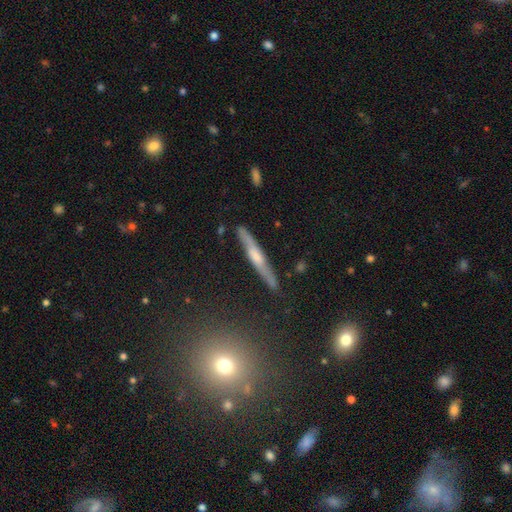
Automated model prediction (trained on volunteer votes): Smooth or featured?
  - featured or disk: 69% *
  - smooth: 23%
  - star or artifact: 8%
Edge-on disk?
  - yes: 95% *
  - no: 5%
Edge-on bulge?
  - rounded: 74% *
  - none: 16%
  - boxy: 9%
Merging?
  - none: 87% *
  - minor disturbance: 9%
  - major disturbance: 2%
  - merger: 2%